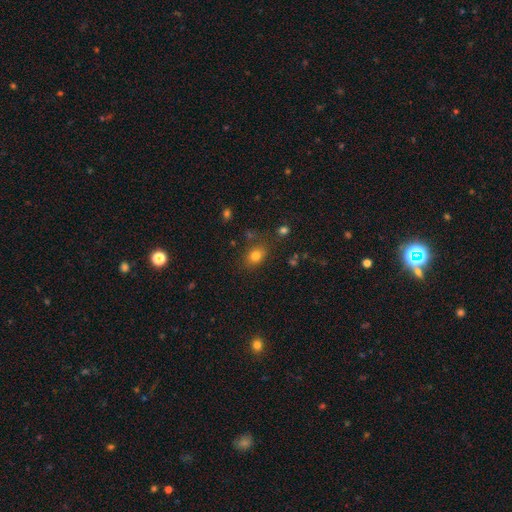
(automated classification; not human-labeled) This appears to be a smooth galaxy with no disk features (79%) that is in between round and cigar-shaped (62%). Merging: none (77%).